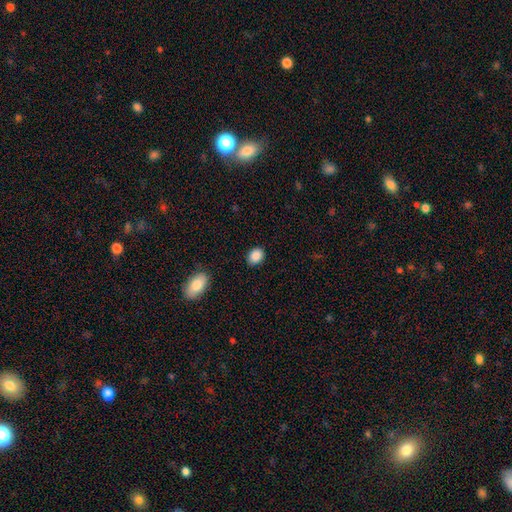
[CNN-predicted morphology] Q: Smooth or featured?
A: smooth (88%); runner-up: star or artifact (9%)
Q: How rounded?
A: in between (61%); runner-up: round (38%)
Q: Merging?
A: none (86%); runner-up: minor disturbance (10%)